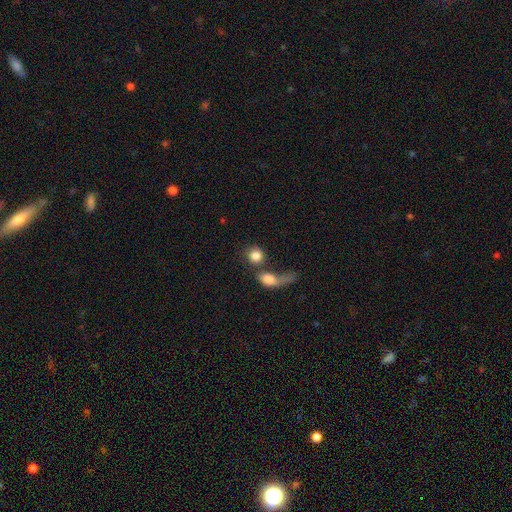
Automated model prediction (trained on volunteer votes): Q: Smooth or featured?
A: smooth (81%); runner-up: featured or disk (11%)
Q: How rounded?
A: round (81%); runner-up: in between (17%)
Q: Merging?
A: merger (41%); runner-up: none (37%)